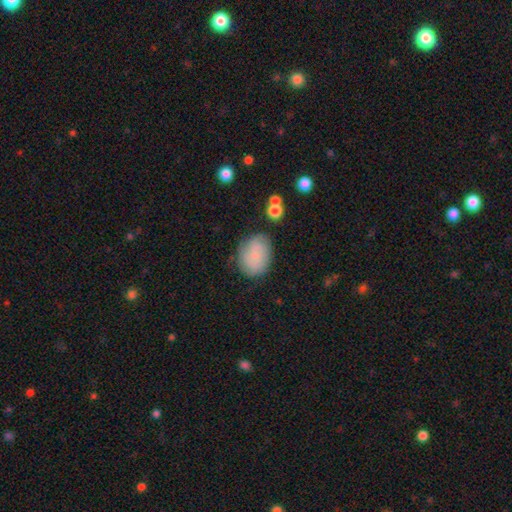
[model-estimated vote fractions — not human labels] This appears to be a smooth galaxy with no disk features (62%) that is in between round and cigar-shaped (63%). Merging: none (72%).